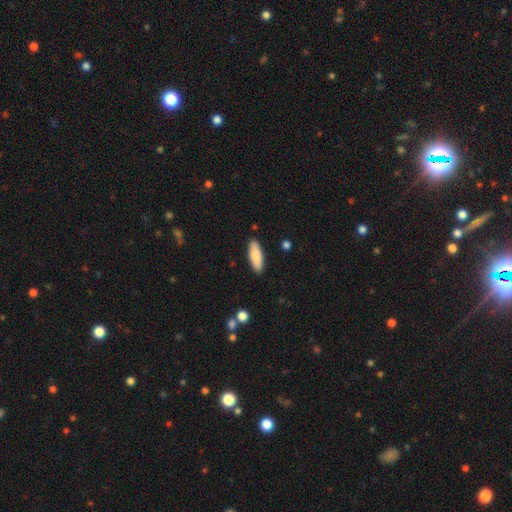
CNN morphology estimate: type=smooth (81%); roundness=in between (56%); merging=none (89%).